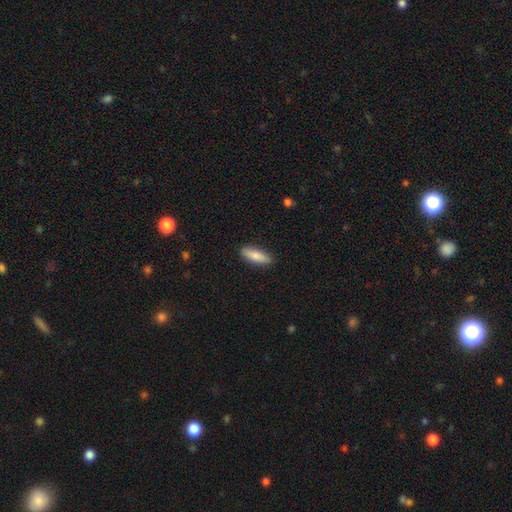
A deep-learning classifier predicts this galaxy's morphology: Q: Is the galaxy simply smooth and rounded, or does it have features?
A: smooth — 80%.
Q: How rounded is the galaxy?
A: in between — 54%.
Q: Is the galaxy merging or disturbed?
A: none — 89%.